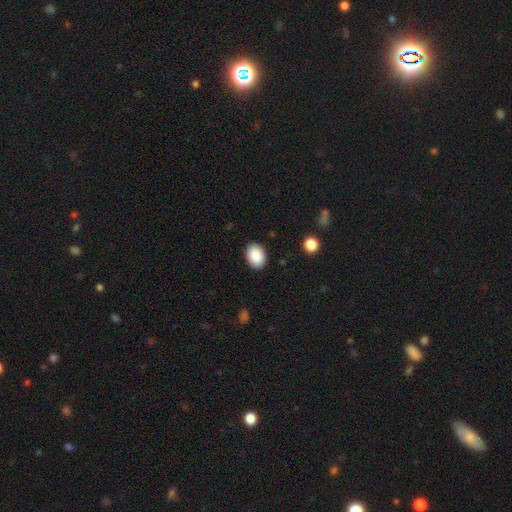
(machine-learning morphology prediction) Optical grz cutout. It shows a smooth galaxy with no disk features (90%) that is in between round and cigar-shaped (76%). Merging: none (89%).